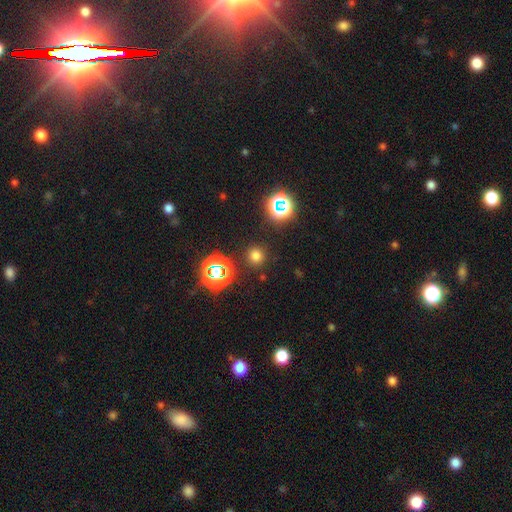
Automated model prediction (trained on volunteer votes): This is likely a smooth galaxy (67%). How rounded: clearly round (93%). Merging: clearly none (88%).